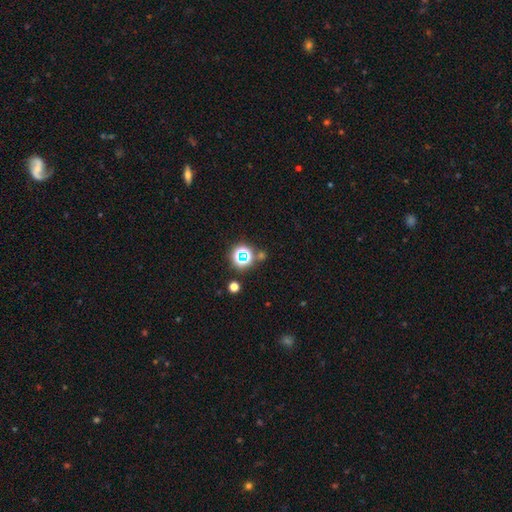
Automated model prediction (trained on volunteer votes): The model was most divided on "smooth or featured": star or artifact: 69%, smooth: 23%, featured or disk: 7%.